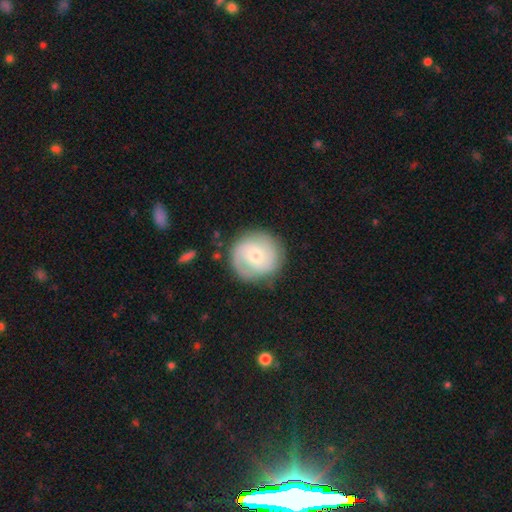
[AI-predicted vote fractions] A featured or disk galaxy (58%) with no bar (63%), spiral arms (82%) and a moderate central bulge (49%).

Vote fractions:
- Smooth or featured? featured or disk: 58% / smooth: 35% / star or artifact: 7%
- Edge-on disk? no: 97% / yes: 3%
- Bar? no: 63% / weak: 30% / strong: 7%
- Spiral arms? yes: 82% / no: 18%
- Bulge size? moderate: 49% / small: 46% / large: 3% / none: 1% / dominant: 1%
- Merging? none: 80% / minor disturbance: 13% / major disturbance: 5% / merger: 2%